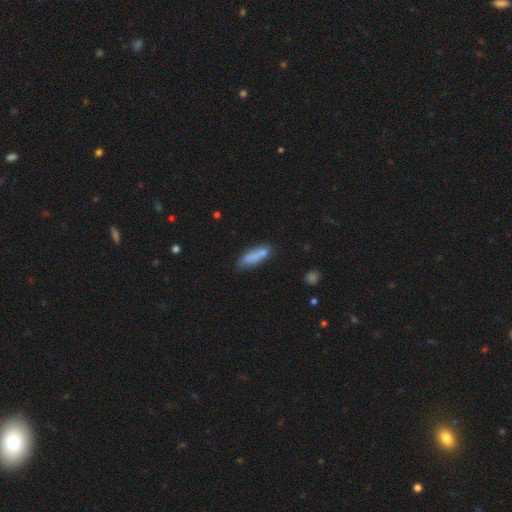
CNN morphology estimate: This is likely a smooth galaxy (79%). How rounded: likely cigar-shaped (62%). Merging: likely none (62%).